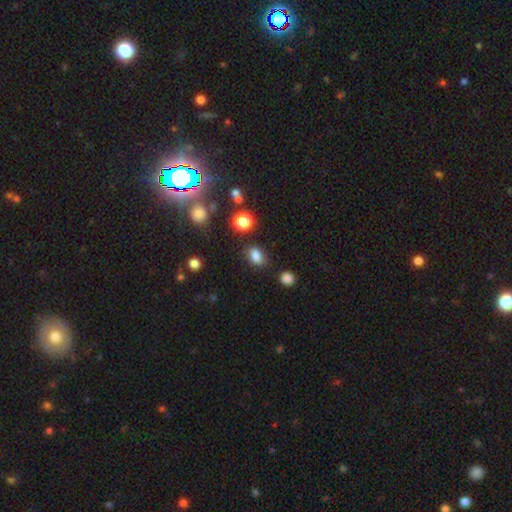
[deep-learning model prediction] This is clearly a smooth galaxy (82%). How rounded: likely in between (73%). Merging: likely none (75%).